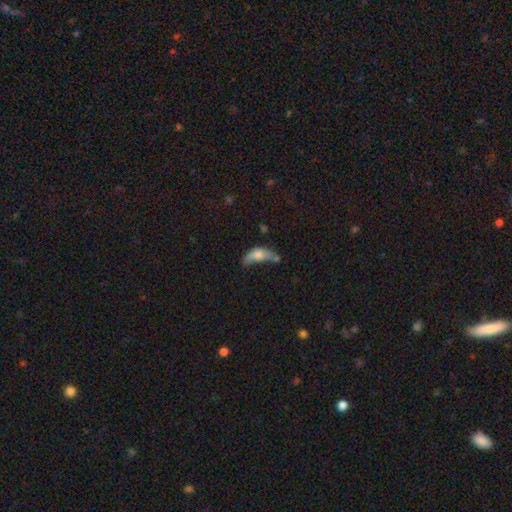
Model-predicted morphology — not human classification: smooth 58%, featured or disk 31%, star or artifact 11%. Down the decision tree: how rounded — in between (73%); merging — major disturbance (39%).